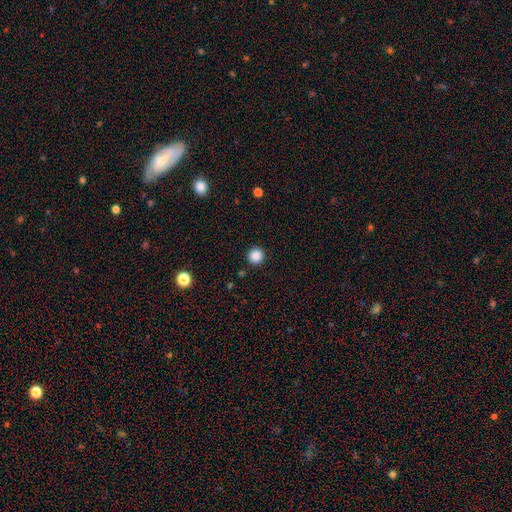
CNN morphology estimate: A smooth galaxy with no disk features (87%) that is round (94%). Merging: none (93%).